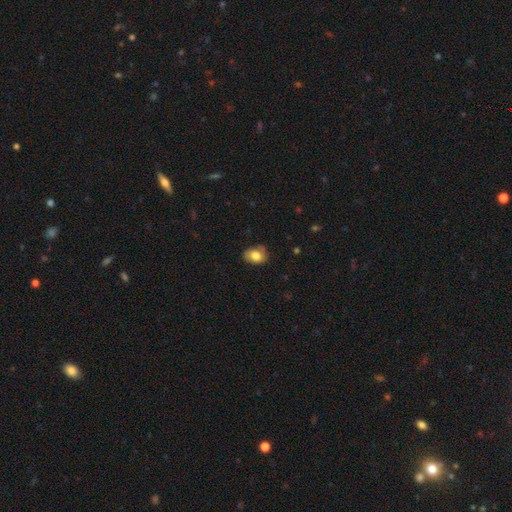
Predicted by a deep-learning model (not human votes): Morphology: type=smooth (76%); roundness=in between (72%); merging=none (70%).